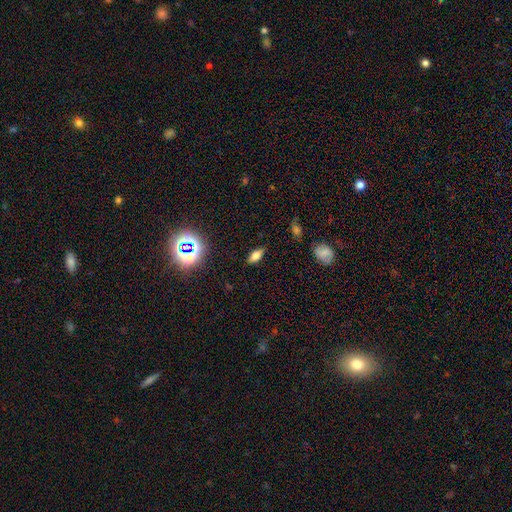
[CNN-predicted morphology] A smooth galaxy with no disk features (69%) that is in between round and cigar-shaped (78%).

Vote fractions:
- Smooth or featured? smooth: 69% / star or artifact: 16% / featured or disk: 15%
- How rounded? in between: 78% / cigar-shaped: 17% / round: 5%
- Merging? none: 86% / minor disturbance: 10% / major disturbance: 3% / merger: 1%